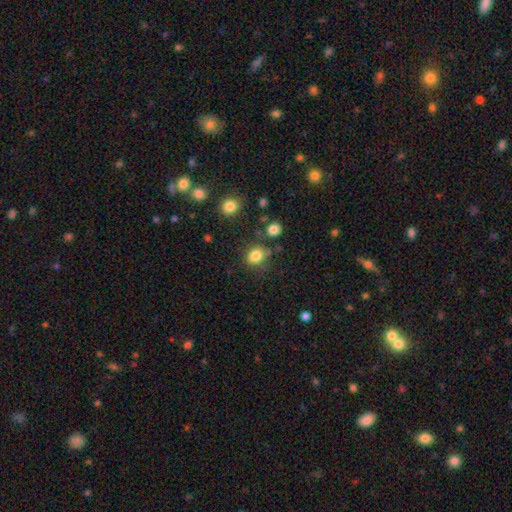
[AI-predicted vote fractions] smooth_or_featured: smooth (p=0.81) [alt: star or artifact p=0.12]
how_rounded: round (p=0.63) [alt: in between p=0.36]
merging: none (p=0.68) [alt: minor disturbance p=0.18]